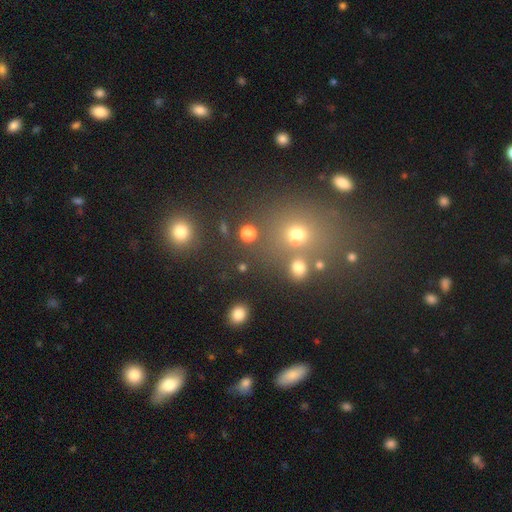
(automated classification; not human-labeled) A smooth galaxy with no disk features (47%).

Vote fractions:
- Smooth or featured? smooth: 47% / star or artifact: 42% / featured or disk: 12%
- Merging? none: 73% / merger: 13% / minor disturbance: 9% / major disturbance: 4%